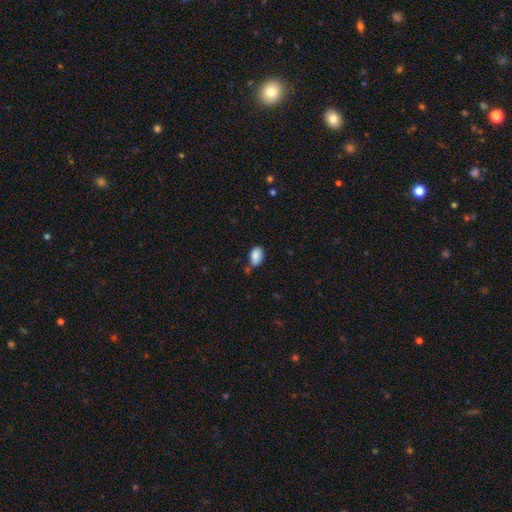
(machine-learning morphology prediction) Smooth or featured? smooth (87%)
How rounded? in between (90%)
Merging? none (66%)